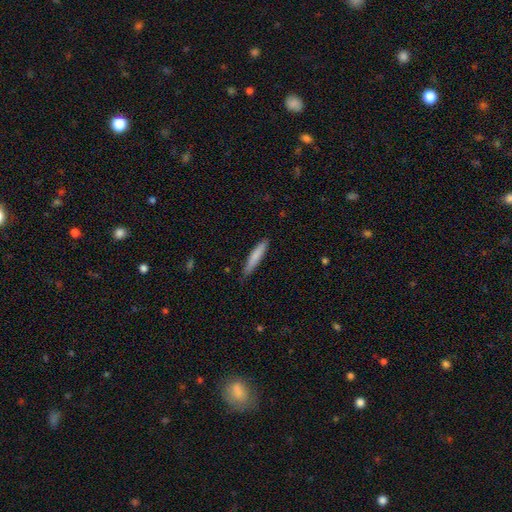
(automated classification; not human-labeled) Morphology: type=smooth (79%); roundness=cigar-shaped (91%); merging=none (82%).